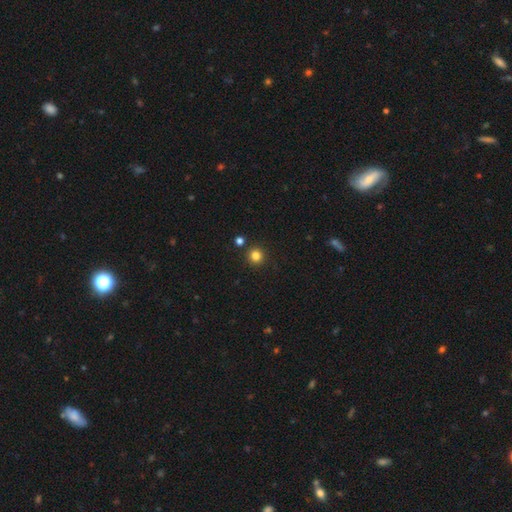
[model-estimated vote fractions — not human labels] smooth-or-featured: smooth: 82% | star or artifact: 14% | featured or disk: 4%
  how-rounded: round: 95% | in between: 4% | cigar-shaped: 1%
  merging: none: 90% | minor disturbance: 5% | merger: 4% | major disturbance: 2%